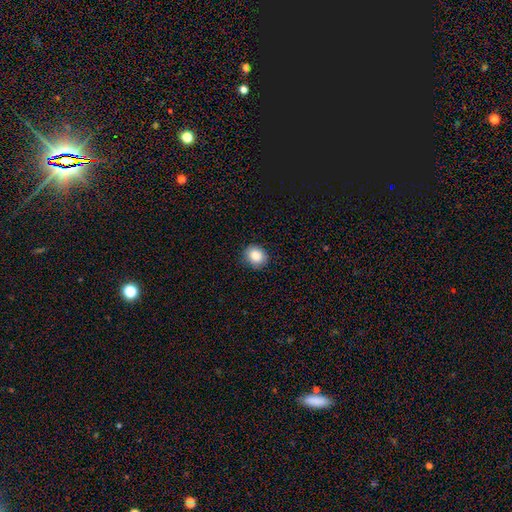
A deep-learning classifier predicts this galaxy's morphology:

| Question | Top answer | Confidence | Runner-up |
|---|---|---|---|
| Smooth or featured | smooth | 87% | star or artifact (8%) |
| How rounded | round | 63% | in between (36%) |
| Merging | none | 84% | minor disturbance (12%) |